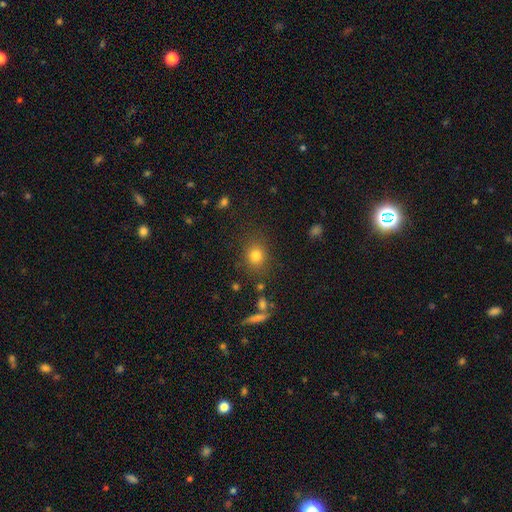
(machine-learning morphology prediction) type=smooth (79%); roundness=round (74%); merging=none (82%).